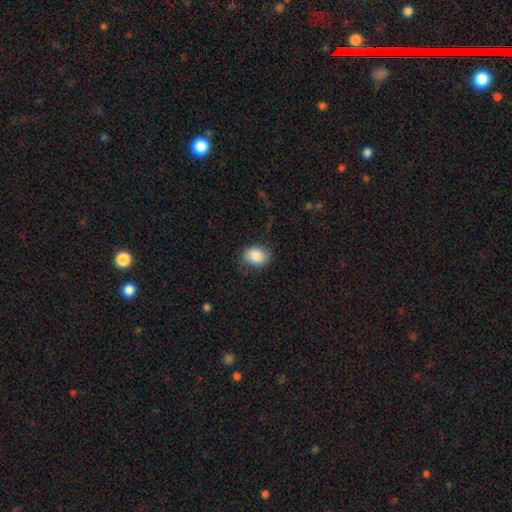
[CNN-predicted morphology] Smooth or featured? smooth (84%)
How rounded? in between (53%)
Merging? none (78%)